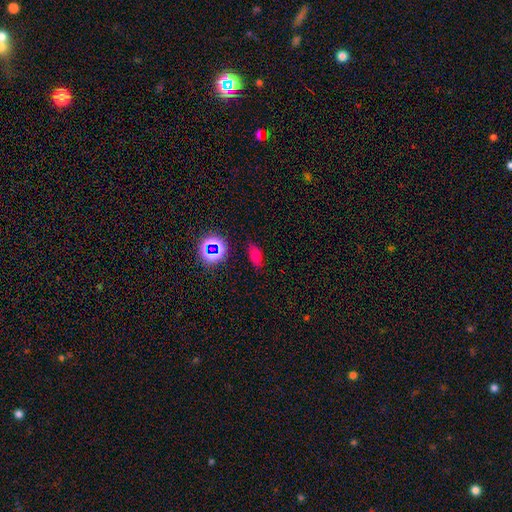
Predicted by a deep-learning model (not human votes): Smooth or featured? Predicted: smooth (p=0.66). How rounded? Predicted: in between (p=0.80). Merging? Predicted: none (p=0.80).